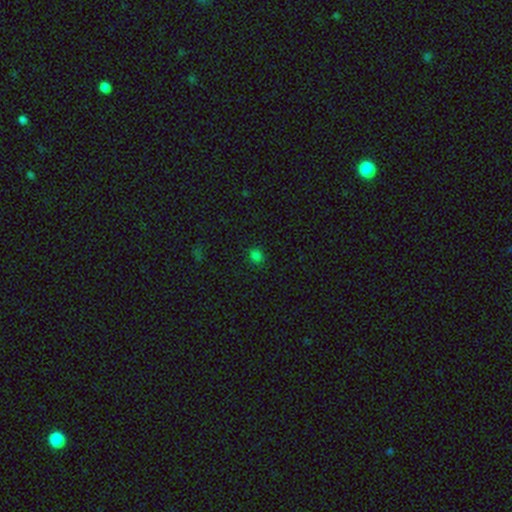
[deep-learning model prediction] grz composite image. It shows a smooth galaxy with no disk features (77%) that is round (68%). Merging: none (88%).